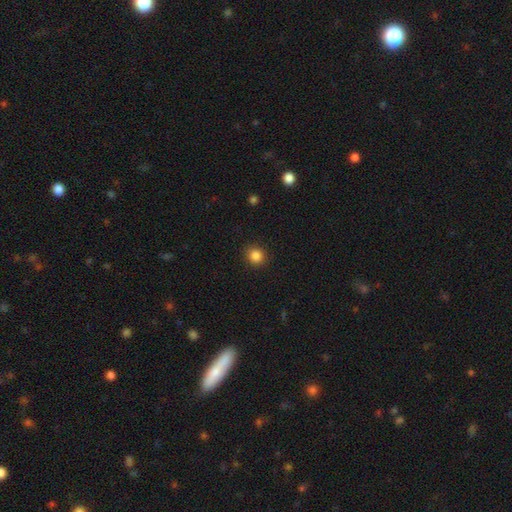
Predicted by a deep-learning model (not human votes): A smooth galaxy with no disk features (85%) that is round (89%).

Vote fractions:
- Smooth or featured? smooth: 85% / star or artifact: 11% / featured or disk: 4%
- How rounded? round: 89% / in between: 10% / cigar-shaped: 1%
- Merging? none: 91% / minor disturbance: 6% / major disturbance: 2% / merger: 1%